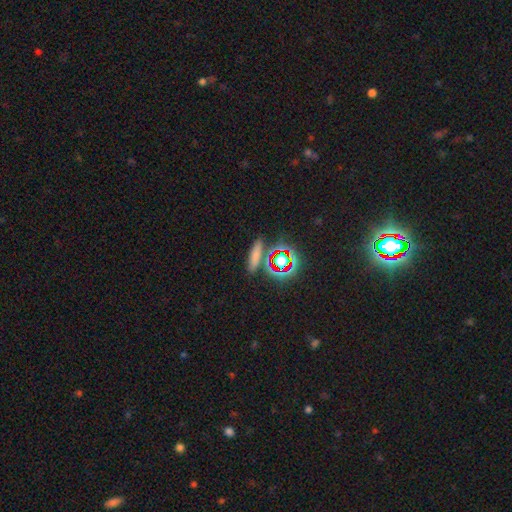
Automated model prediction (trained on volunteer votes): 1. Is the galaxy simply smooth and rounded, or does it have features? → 60% smooth, 27% star or artifact, 13% featured or disk.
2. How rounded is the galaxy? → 62% cigar-shaped, 29% in between, 9% round.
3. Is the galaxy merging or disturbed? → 77% none, 11% minor disturbance, 8% merger, 4% major disturbance.